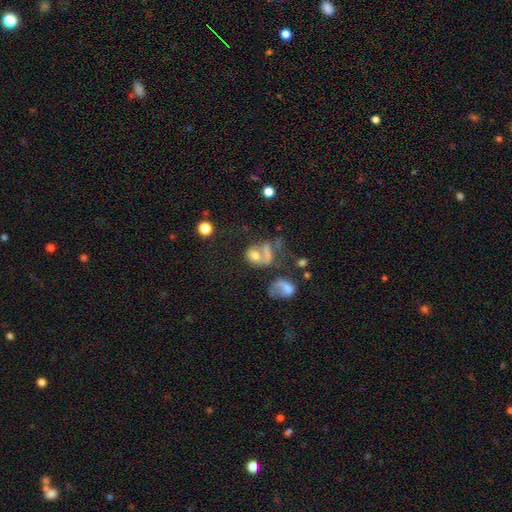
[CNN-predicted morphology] smooth 53%, featured or disk 28%, star or artifact 19%. Down the decision tree: how rounded — in between (54%); merging — merger (41%).